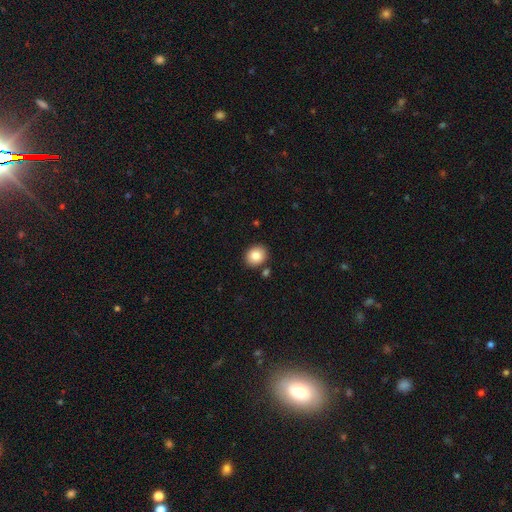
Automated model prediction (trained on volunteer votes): The model was most divided on "how rounded": round: 65%, in between: 34%, cigar-shaped: 1%. More confident: smooth or featured — smooth (86%); merging — none (85%).